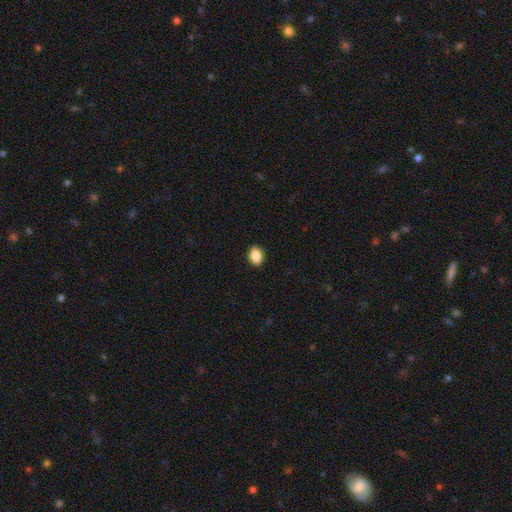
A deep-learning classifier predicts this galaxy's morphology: Smooth or featured?
  - smooth: 87% *
  - star or artifact: 8%
  - featured or disk: 5%
How rounded?
  - in between: 81% *
  - round: 17%
  - cigar-shaped: 1%
Merging?
  - none: 91% *
  - minor disturbance: 7%
  - major disturbance: 2%
  - merger: 1%